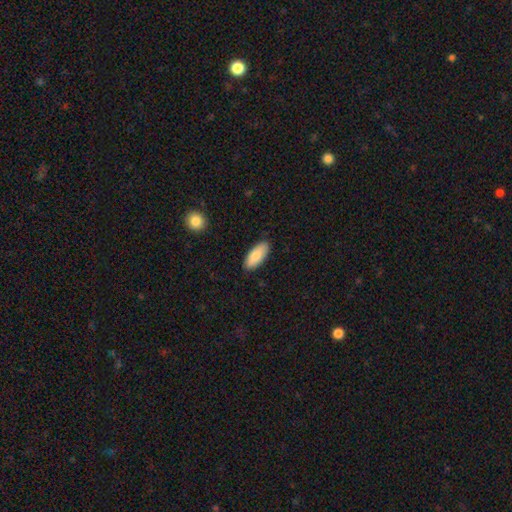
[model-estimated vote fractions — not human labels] This appears to be a smooth galaxy with no disk features (84%) that is in between round and cigar-shaped (86%). Merging: none (88%).